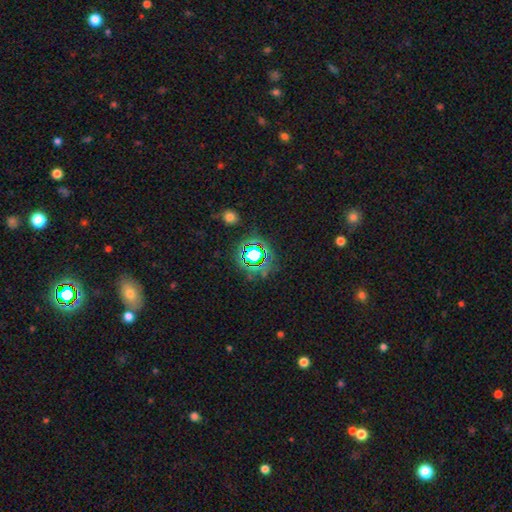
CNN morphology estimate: This is likely a star or artifact rather than a galaxy (72%).